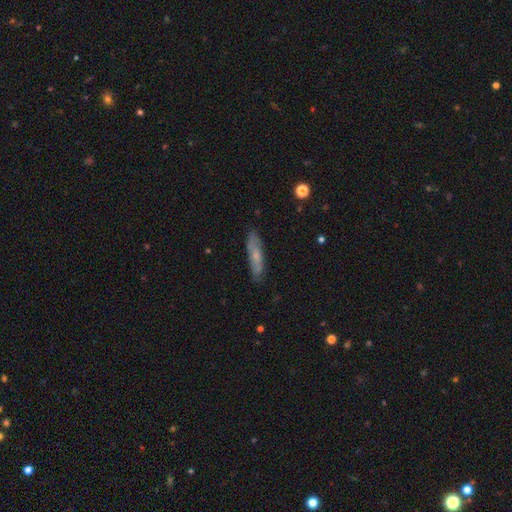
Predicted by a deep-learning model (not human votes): Overall: smooth (52%; featured or disk 40%). How rounded: cigar-shaped (81%). Merging: none (83%).